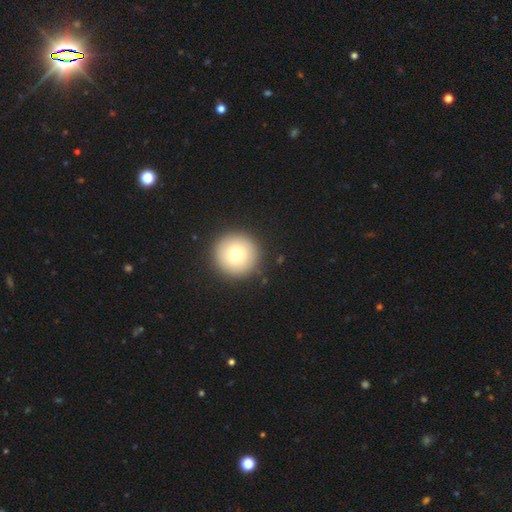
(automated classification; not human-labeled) The model was most divided on "smooth or featured": smooth: 71%, star or artifact: 14%, featured or disk: 14%. More confident: how rounded — round (96%); merging — none (91%).